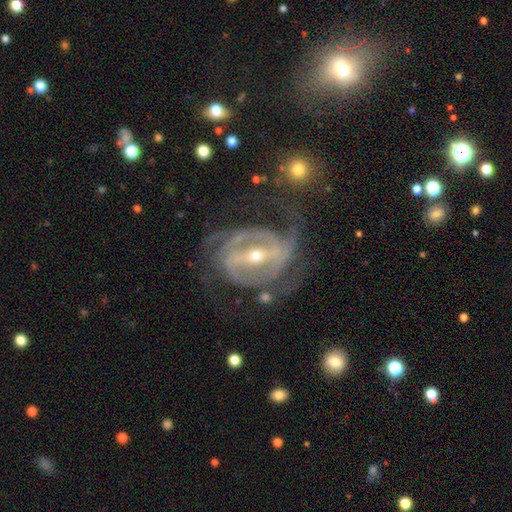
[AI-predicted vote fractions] This appears to be a featured or disk galaxy (91%) with a strong bar (70%), 2 (55%) medium (47%) spiral arms (96%) and a small central bulge (62%). Merging: none (57%).